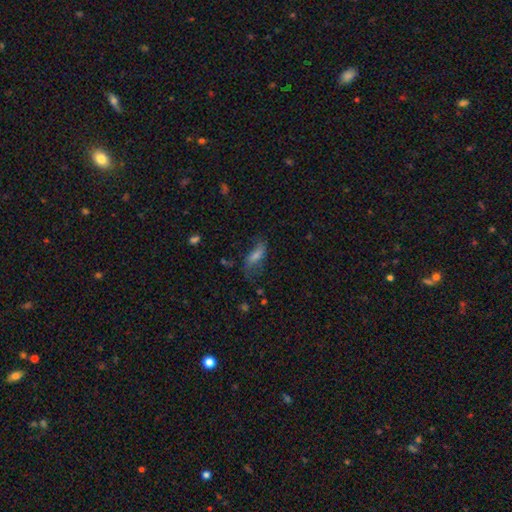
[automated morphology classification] This appears to be a smooth galaxy with no disk features (46%). Merging: none (54%).